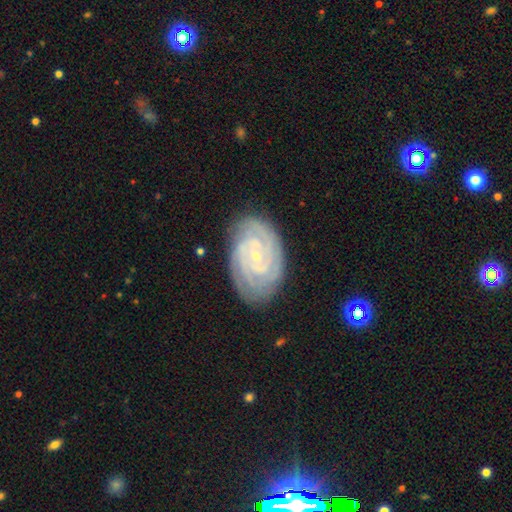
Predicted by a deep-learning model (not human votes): Smooth or featured: featured or disk — 89% (smooth — 5%)
Edge-on disk: no — 97% (yes — 3%)
Bar: no — 65% (weak — 27%)
Spiral arms: yes — 98% (no — 2%)
Spiral winding: tight — 83% (medium — 14%)
Spiral arm count: 2 — 31% (3 — 26%)
Bulge size: small — 85% (moderate — 12%)
Merging: none — 82% (minor disturbance — 14%)